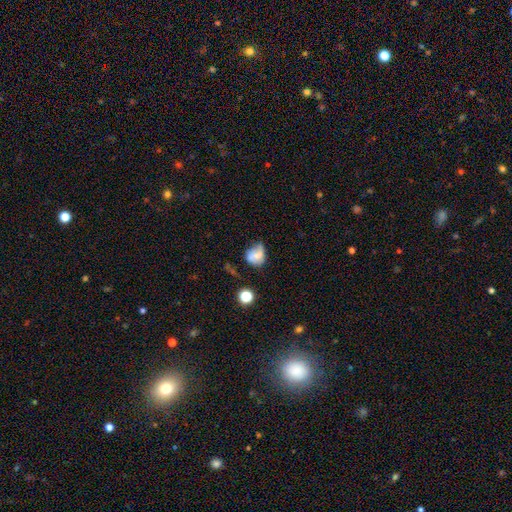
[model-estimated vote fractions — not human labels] smooth_or_featured: smooth (p=0.59) [alt: featured or disk p=0.29]
how_rounded: round (p=0.59) [alt: in between p=0.40]
merging: none (p=0.38) [alt: minor disturbance p=0.34]